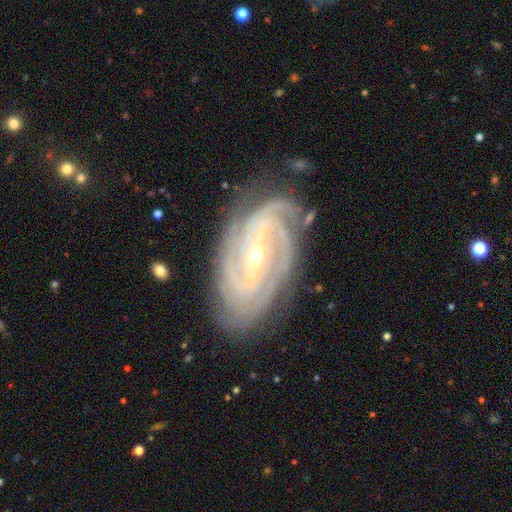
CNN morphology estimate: A featured or disk galaxy (91%) with a weak bar (40%), 4 (34%) tight (72%) spiral arms (98%) and a small central bulge (71%).

Vote fractions:
- Smooth or featured? featured or disk: 91% / star or artifact: 5% / smooth: 4%
- Edge-on disk? no: 96% / yes: 4%
- Bar? weak: 40% / strong: 37% / no: 23%
- Spiral arms? yes: 98% / no: 2%
- Spiral winding? tight: 72% / medium: 24% / loose: 4%
- Spiral arm count? 4: 34% / 3: 22% / can't tell: 15% / 2: 12% / more than 4: 11% / 1: 6%
- Bulge size? small: 71% / moderate: 26% / large: 1% / none: 1% / dominant: 1%
- Merging? none: 76% / minor disturbance: 17% / major disturbance: 5% / merger: 2%